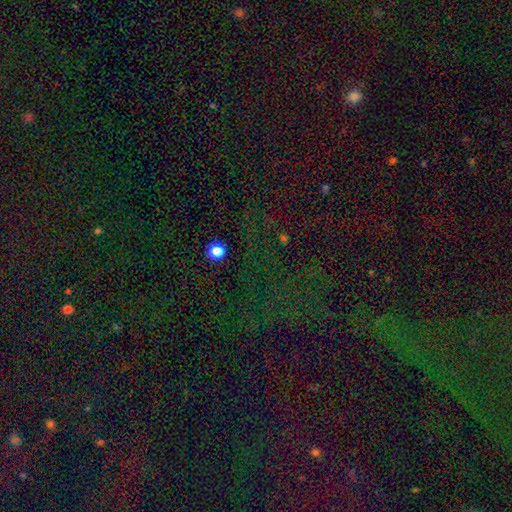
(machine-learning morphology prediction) Smooth or featured?
  - star or artifact: 80% *
  - smooth: 12%
  - featured or disk: 7%